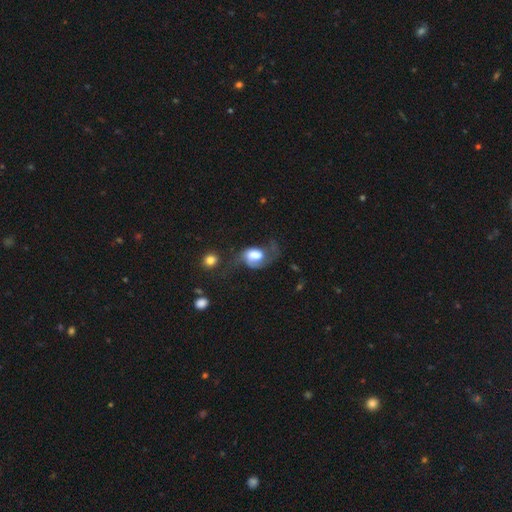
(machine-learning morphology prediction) smooth_or_featured: featured or disk (p=0.55) [alt: smooth p=0.37]
disk_edge_on: no (p=0.97) [alt: yes p=0.03]
bar: no (p=0.59) [alt: weak p=0.32]
has_spiral_arms: yes (p=0.83) [alt: no p=0.17]
bulge_size: large (p=0.50) [alt: moderate p=0.25]
merging: major disturbance (p=0.42) [alt: none p=0.31]